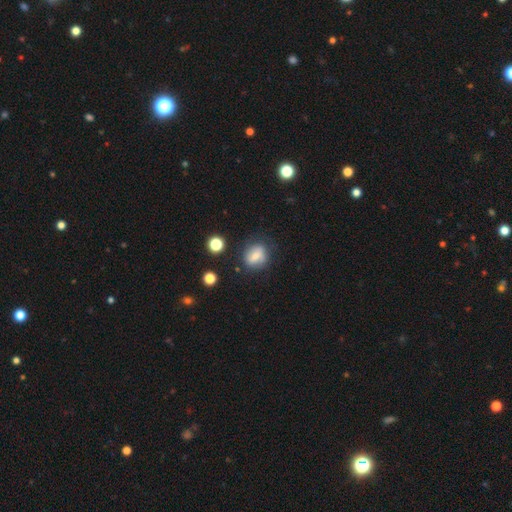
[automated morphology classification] type=smooth (64%); roundness=round (55%); merging=none (69%).